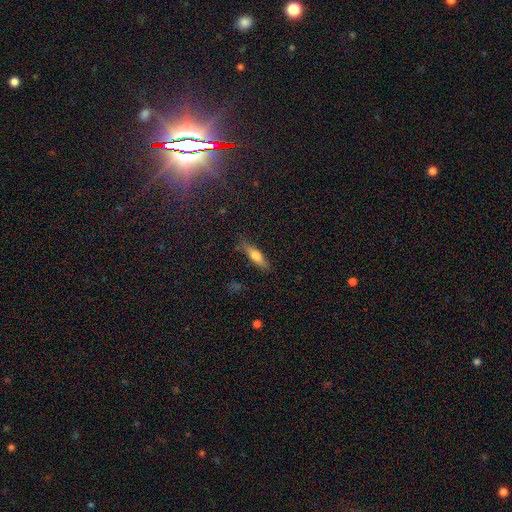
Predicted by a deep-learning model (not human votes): Q: Smooth or featured?
A: smooth (55%); runner-up: featured or disk (38%)
Q: How rounded?
A: cigar-shaped (72%); runner-up: in between (26%)
Q: Merging?
A: none (82%); runner-up: minor disturbance (13%)